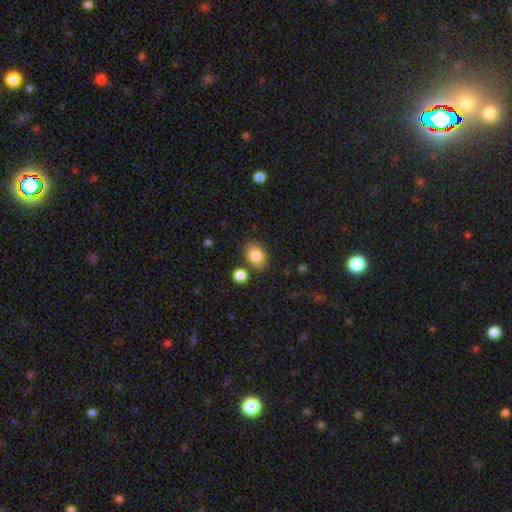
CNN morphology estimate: Smooth or featured: smooth — 84% (star or artifact — 8%)
How rounded: in between — 76% (round — 23%)
Merging: none — 79% (minor disturbance — 11%)